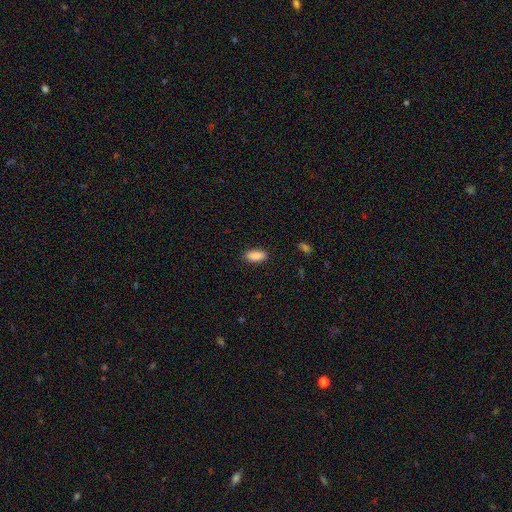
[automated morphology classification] Smooth or featured?
  - smooth: 89% *
  - star or artifact: 7%
  - featured or disk: 4%
How rounded?
  - in between: 86% *
  - cigar-shaped: 12%
  - round: 2%
Merging?
  - none: 88% *
  - minor disturbance: 9%
  - major disturbance: 2%
  - merger: 1%